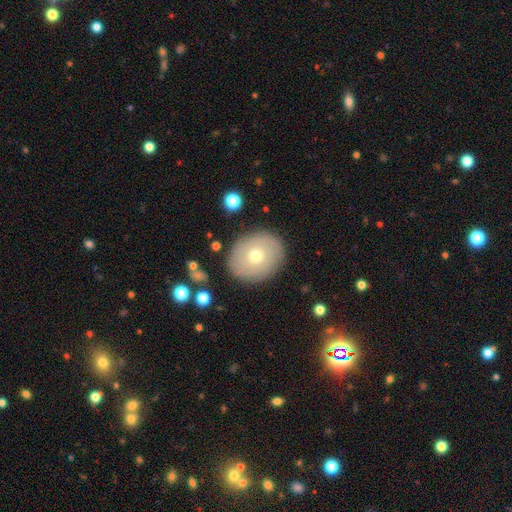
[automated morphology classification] Smooth or featured? smooth (58%)
How rounded? round (65%)
Merging? none (86%)